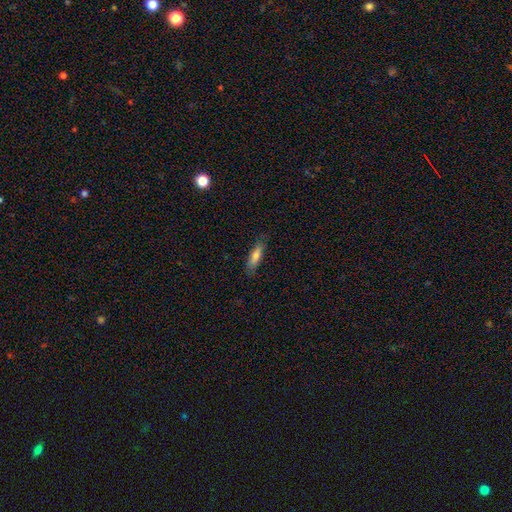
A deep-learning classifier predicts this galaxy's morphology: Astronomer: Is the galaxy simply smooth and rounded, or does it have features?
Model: smooth — 71%.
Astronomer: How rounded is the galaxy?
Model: cigar-shaped — 63%.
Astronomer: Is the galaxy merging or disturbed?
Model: none — 80%.